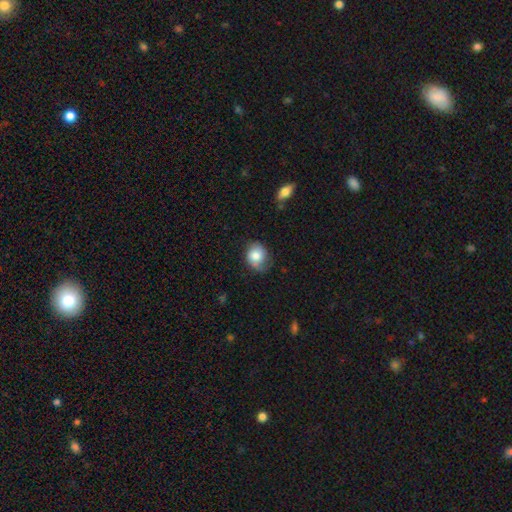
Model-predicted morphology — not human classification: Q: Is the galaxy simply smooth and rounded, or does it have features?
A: smooth — 71%.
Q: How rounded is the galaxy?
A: round — 59%.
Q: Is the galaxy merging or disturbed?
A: none — 58%.